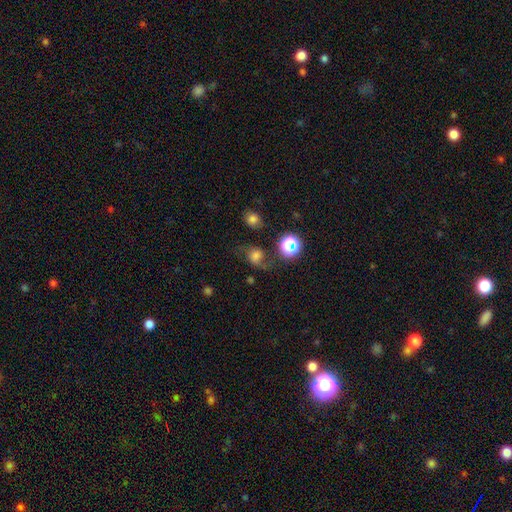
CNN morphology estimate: A smooth galaxy with no disk features (55%) that is round (65%).

Vote fractions:
- Smooth or featured? smooth: 55% / featured or disk: 24% / star or artifact: 21%
- How rounded? round: 65% / in between: 33% / cigar-shaped: 1%
- Merging? none: 54% / minor disturbance: 24% / major disturbance: 16% / merger: 6%